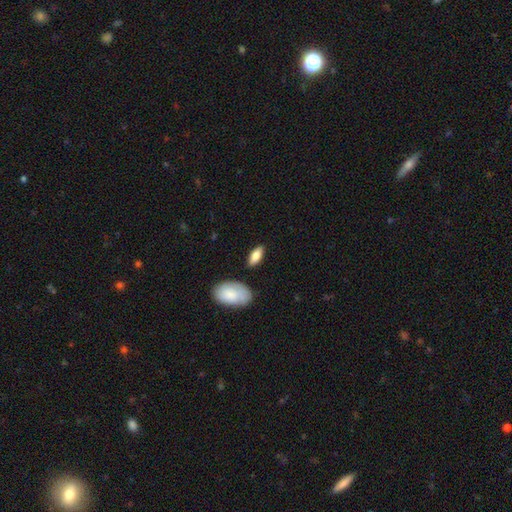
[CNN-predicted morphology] A smooth galaxy with no disk features (77%) that is in between round and cigar-shaped (78%).

Vote fractions:
- Smooth or featured? smooth: 77% / featured or disk: 17% / star or artifact: 6%
- How rounded? in between: 78% / cigar-shaped: 19% / round: 3%
- Merging? none: 83% / minor disturbance: 11% / merger: 3% / major disturbance: 3%